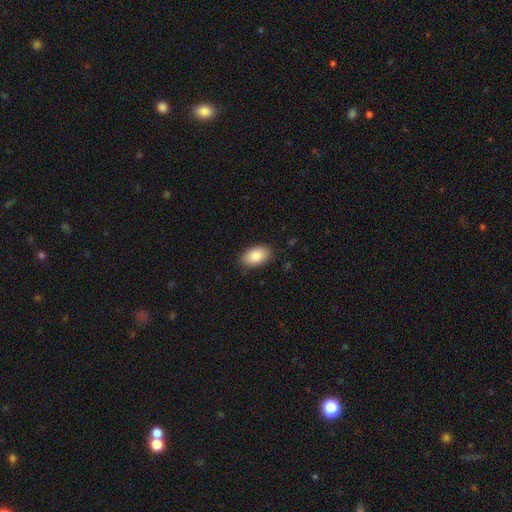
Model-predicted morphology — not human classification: Overall: smooth (86%). How rounded: in between (94%). Merging: none (86%).